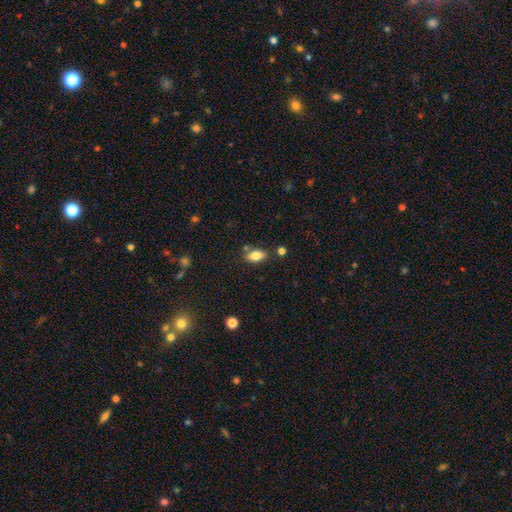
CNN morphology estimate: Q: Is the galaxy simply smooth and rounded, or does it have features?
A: smooth — 77%.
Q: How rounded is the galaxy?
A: in between — 86%.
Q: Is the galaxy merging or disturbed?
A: none — 76%.